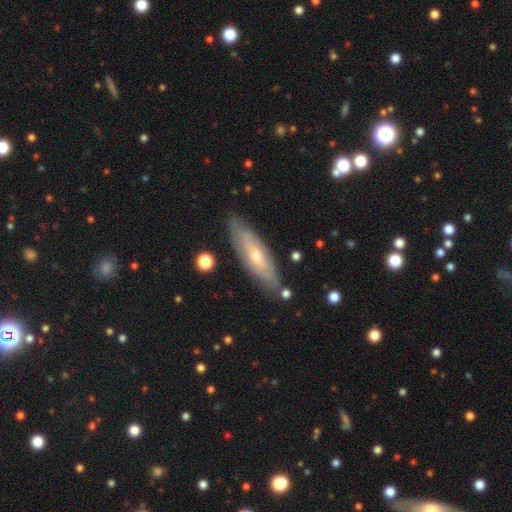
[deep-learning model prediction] A featured or disk galaxy (60%).

Vote fractions:
- Smooth or featured? featured or disk: 60% / smooth: 34% / star or artifact: 6%
- Edge-on disk? no: 61% / yes: 39%
- Merging? none: 82% / minor disturbance: 14% / major disturbance: 3% / merger: 2%